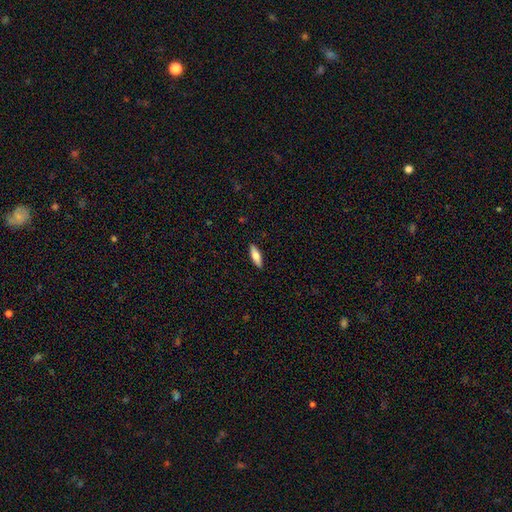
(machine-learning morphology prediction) Q: Smooth or featured?
A: smooth (69%); runner-up: featured or disk (26%)
Q: How rounded?
A: in between (50%); runner-up: cigar-shaped (48%)
Q: Merging?
A: none (90%); runner-up: minor disturbance (7%)